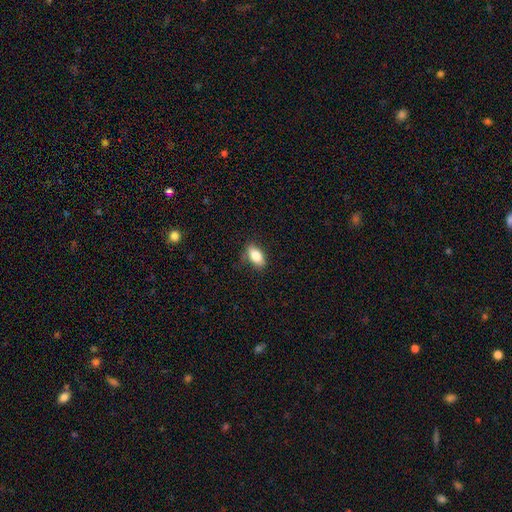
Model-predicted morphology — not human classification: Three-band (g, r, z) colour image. It shows a smooth galaxy with no disk features (81%) that is in between round and cigar-shaped (88%). Merging: none (79%).